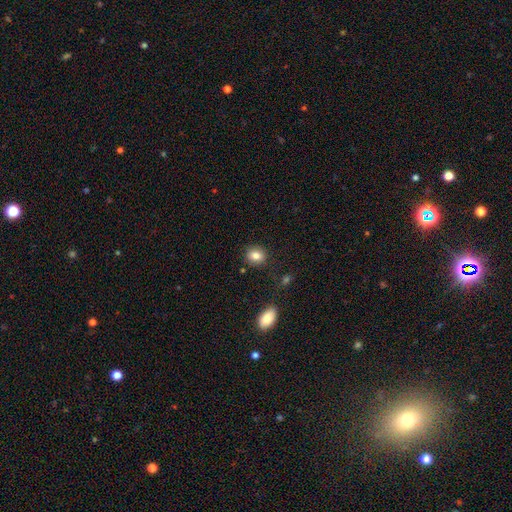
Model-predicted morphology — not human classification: This is clearly a smooth galaxy (83%). How rounded: likely round (65%). Merging: clearly none (86%).